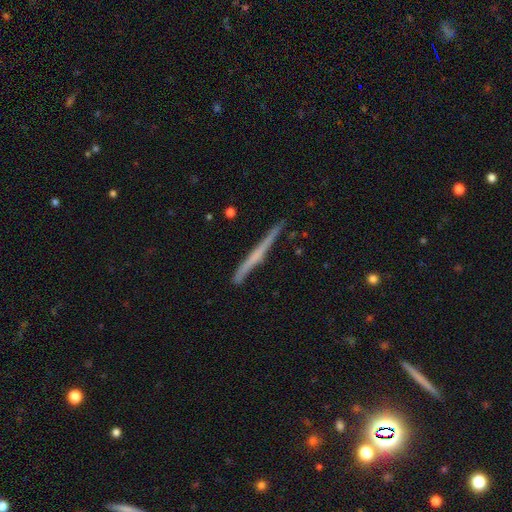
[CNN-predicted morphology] Smooth or featured? Predicted: featured or disk (p=0.58). Edge-on disk? Predicted: yes (p=0.98). Edge-on bulge? Predicted: none (p=0.73). Merging? Predicted: none (p=0.87).